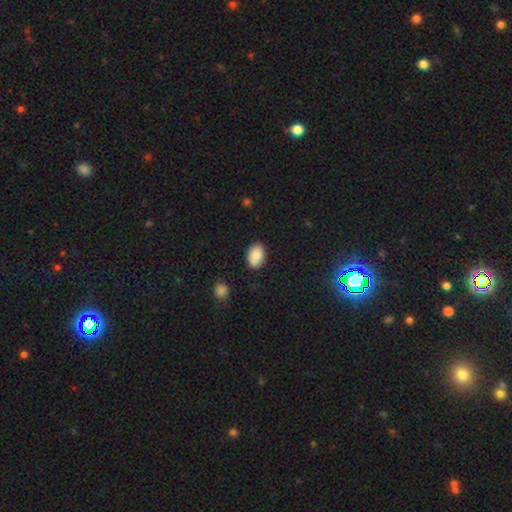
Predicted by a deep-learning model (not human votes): Overall: smooth (88%). How rounded: in between (90%). Merging: none (86%).